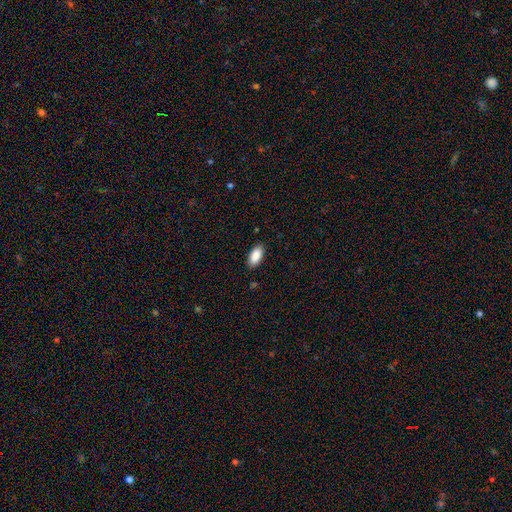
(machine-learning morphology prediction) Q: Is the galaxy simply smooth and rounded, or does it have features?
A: smooth — 90%.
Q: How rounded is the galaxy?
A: in between — 93%.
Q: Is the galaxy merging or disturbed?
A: none — 88%.